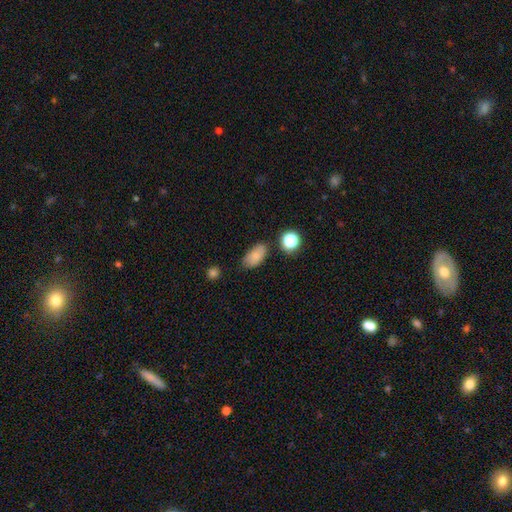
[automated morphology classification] A smooth galaxy with no disk features (80%) that is in between round and cigar-shaped (91%). Merging: none (70%).